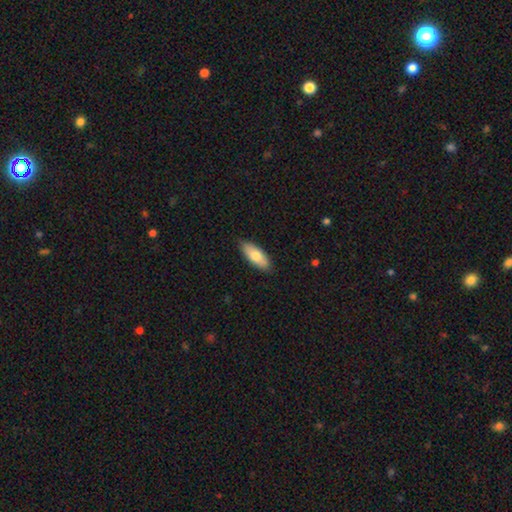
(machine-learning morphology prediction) smooth 77%, featured or disk 18%, star or artifact 6%. Down the decision tree: how rounded — in between (80%); merging — none (86%).